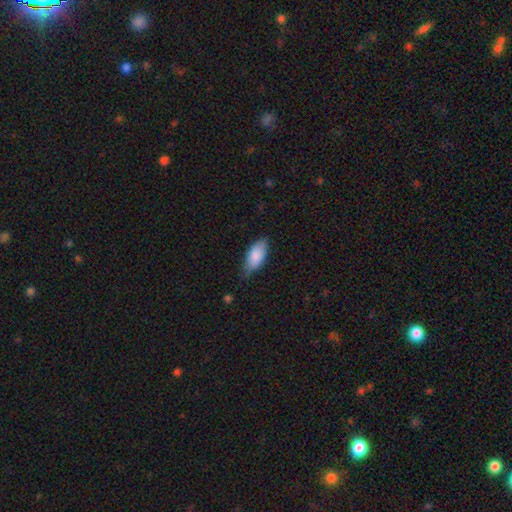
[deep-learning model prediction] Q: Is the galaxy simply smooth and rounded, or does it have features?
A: smooth — 84%.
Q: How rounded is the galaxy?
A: in between — 89%.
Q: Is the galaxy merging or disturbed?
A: none — 66%.